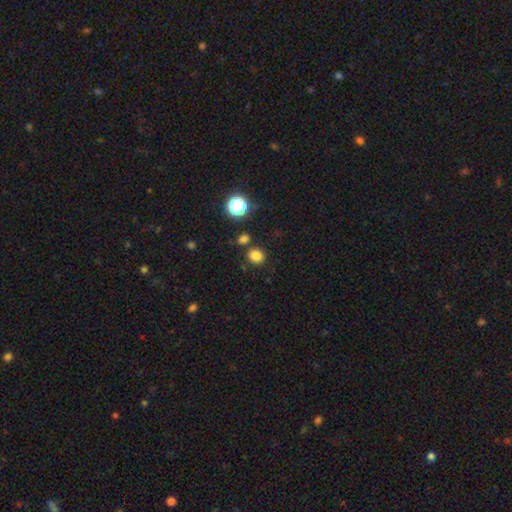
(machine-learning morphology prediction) Q: Smooth or featured?
A: smooth (82%); runner-up: star or artifact (14%)
Q: How rounded?
A: round (76%); runner-up: in between (23%)
Q: Merging?
A: none (80%); runner-up: merger (9%)